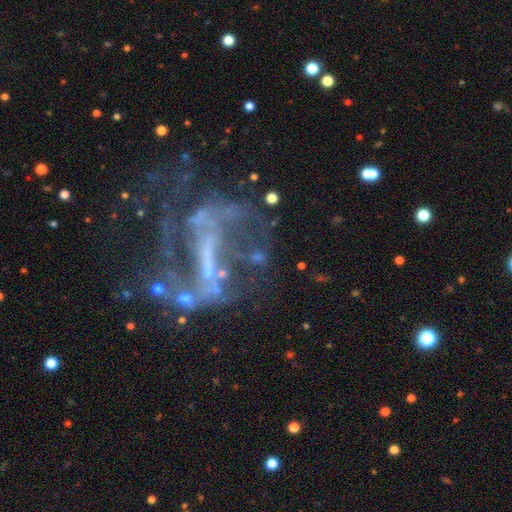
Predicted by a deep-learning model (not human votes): Overall: featured or disk (77%). Edge-on disk: no (96%). Bar: strong (45%; weak 29%). Spiral arms: yes (60%; no 40%). Bulge size: none (55%; small 29%). Merging: none (39%; major disturbance 37%).